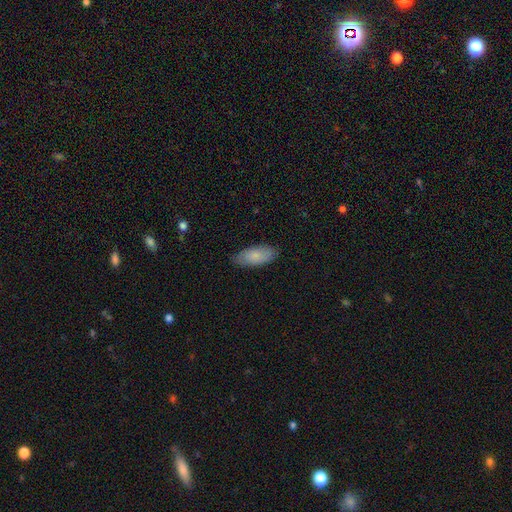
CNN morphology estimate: Smooth or featured?
  - smooth: 79% *
  - featured or disk: 16%
  - star or artifact: 6%
How rounded?
  - in between: 86% *
  - cigar-shaped: 12%
  - round: 2%
Merging?
  - none: 81% *
  - minor disturbance: 15%
  - major disturbance: 3%
  - merger: 1%